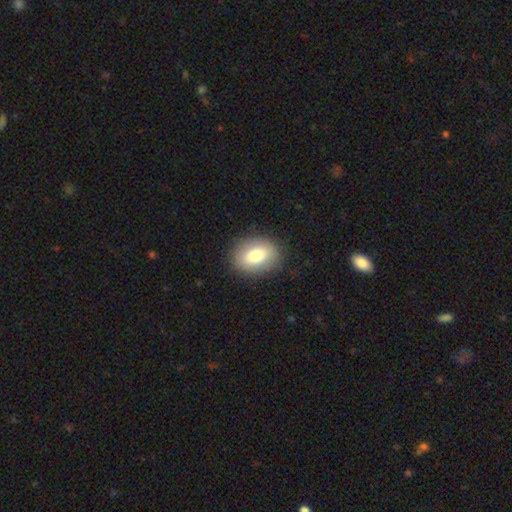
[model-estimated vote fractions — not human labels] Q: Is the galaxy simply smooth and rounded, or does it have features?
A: smooth — 77%.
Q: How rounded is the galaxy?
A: in between — 69%.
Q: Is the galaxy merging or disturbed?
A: none — 86%.